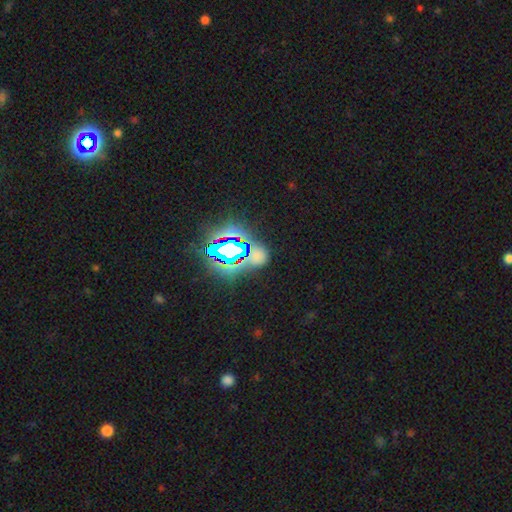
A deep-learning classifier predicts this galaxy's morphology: Smooth or featured?
  - star or artifact: 63% *
  - smooth: 27%
  - featured or disk: 10%